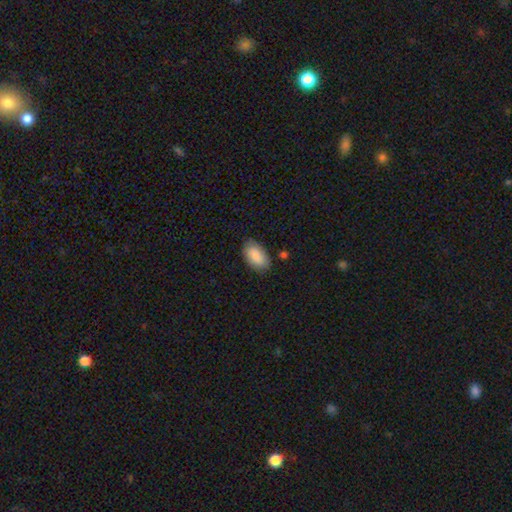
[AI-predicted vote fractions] Smooth or featured: smooth — 89% (star or artifact — 6%)
How rounded: in between — 94% (round — 3%)
Merging: none — 81% (minor disturbance — 14%)